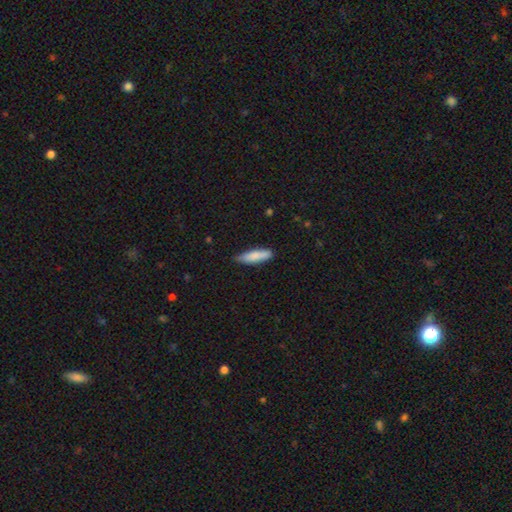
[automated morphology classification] This appears to be a smooth galaxy with no disk features (83%) that is cigar-shaped (67%). Merging: none (78%).